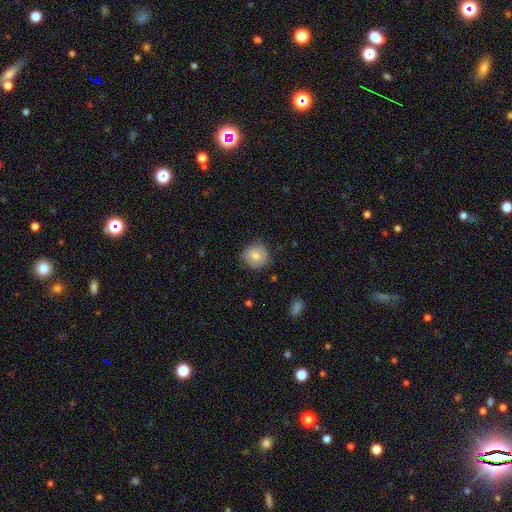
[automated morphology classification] Q: Smooth or featured?
A: smooth (76%); runner-up: featured or disk (16%)
Q: How rounded?
A: round (89%); runner-up: in between (10%)
Q: Merging?
A: none (79%); runner-up: minor disturbance (17%)